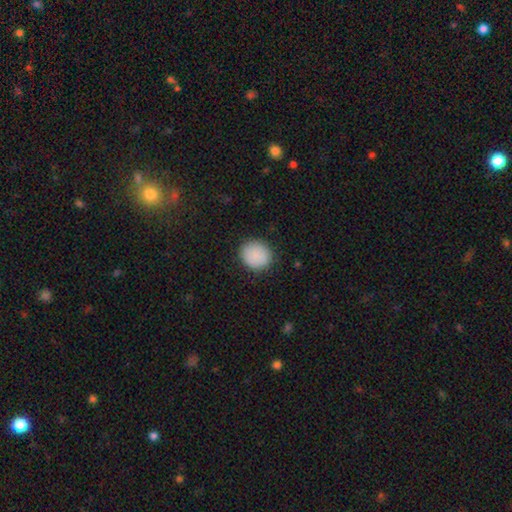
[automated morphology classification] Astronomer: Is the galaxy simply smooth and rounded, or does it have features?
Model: smooth — 88%.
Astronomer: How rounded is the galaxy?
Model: round — 82%.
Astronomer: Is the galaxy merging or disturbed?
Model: none — 87%.